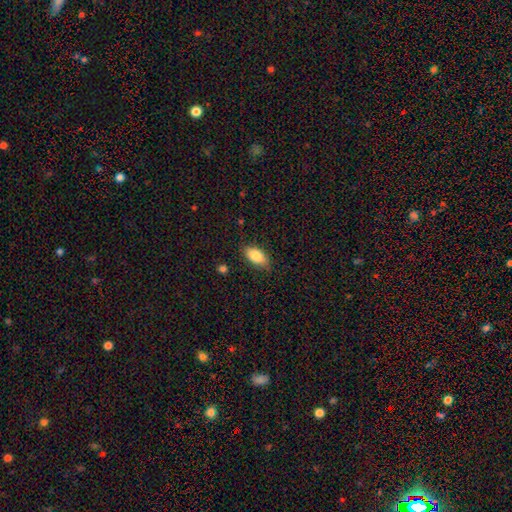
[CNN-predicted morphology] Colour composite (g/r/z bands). It shows a smooth galaxy with no disk features (82%) that is in between round and cigar-shaped (89%). Merging: none (77%).